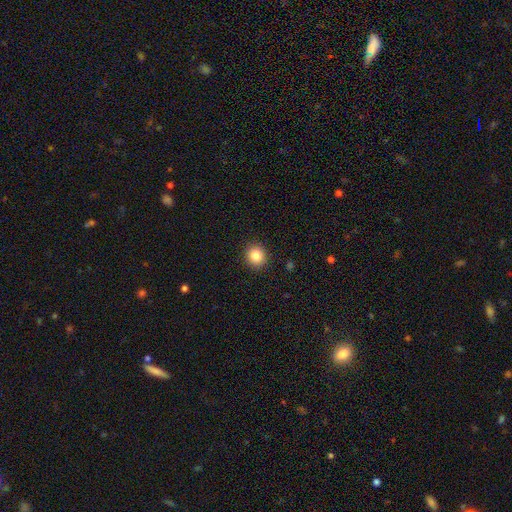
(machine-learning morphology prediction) Smooth or featured?
  - smooth: 85% *
  - star or artifact: 10%
  - featured or disk: 5%
How rounded?
  - round: 89% *
  - in between: 10%
  - cigar-shaped: 1%
Merging?
  - none: 91% *
  - minor disturbance: 6%
  - major disturbance: 2%
  - merger: 1%